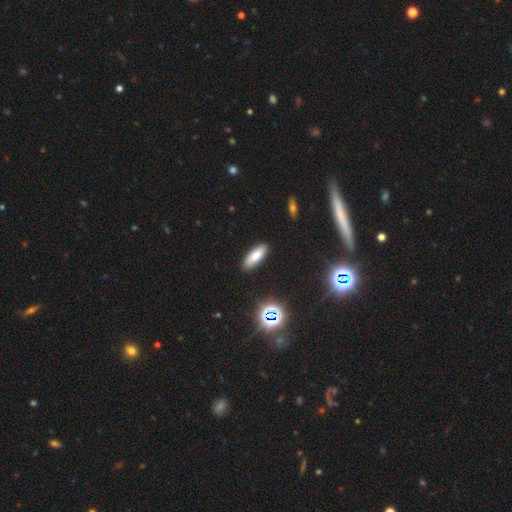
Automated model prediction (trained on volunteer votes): Morphology: type=smooth (75%); roundness=in between (63%); merging=none (87%).